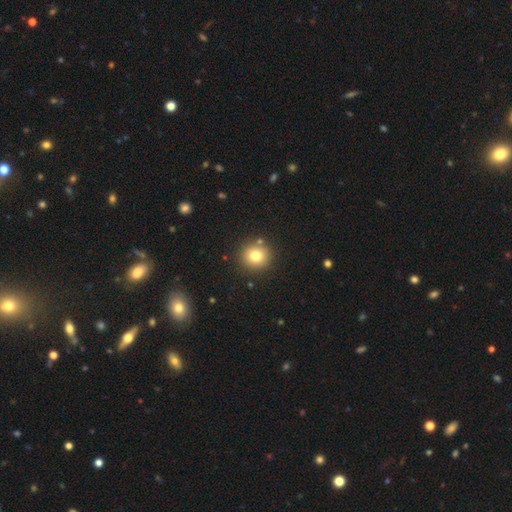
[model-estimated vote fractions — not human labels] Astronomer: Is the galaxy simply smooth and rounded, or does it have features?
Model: smooth — 78%.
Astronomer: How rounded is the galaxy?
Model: round — 91%.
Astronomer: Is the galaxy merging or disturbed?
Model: none — 85%.